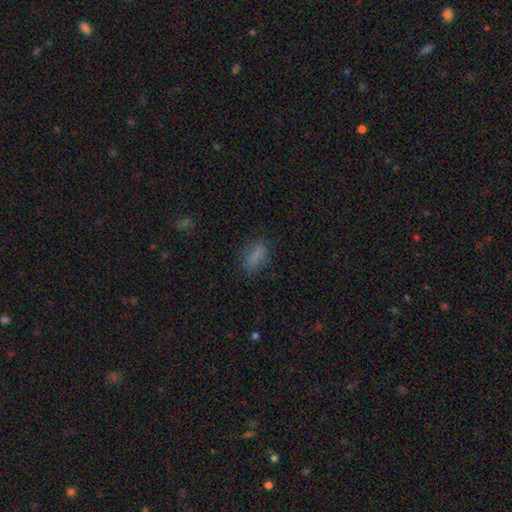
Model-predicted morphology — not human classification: The model was most divided on "how rounded": in between: 71%, cigar-shaped: 22%, round: 7%. More confident: smooth or featured — smooth (78%); merging — none (77%).